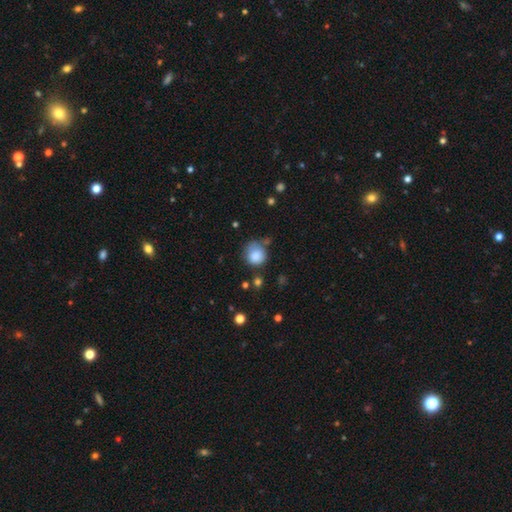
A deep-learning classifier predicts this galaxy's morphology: type=smooth (84%); roundness=round (85%); merging=none (55%).